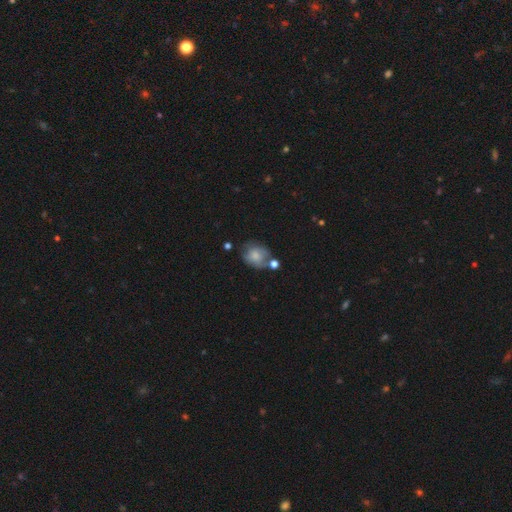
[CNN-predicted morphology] smooth_or_featured: smooth (p=0.66) [alt: featured or disk p=0.25]
how_rounded: round (p=0.56) [alt: in between p=0.43]
merging: none (p=0.49) [alt: minor disturbance p=0.26]